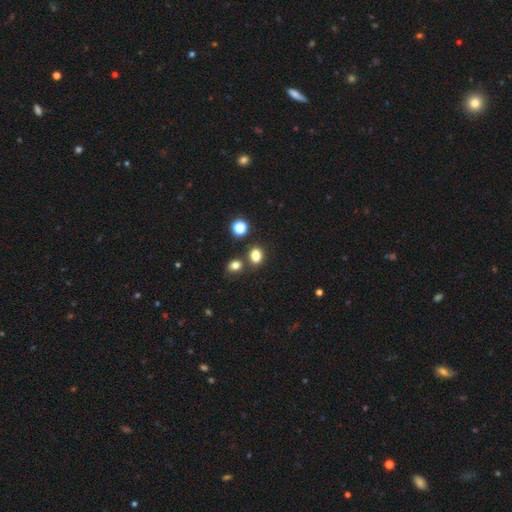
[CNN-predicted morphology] A smooth galaxy with no disk features (81%) that is in between round and cigar-shaped (61%). Merging: none (73%).